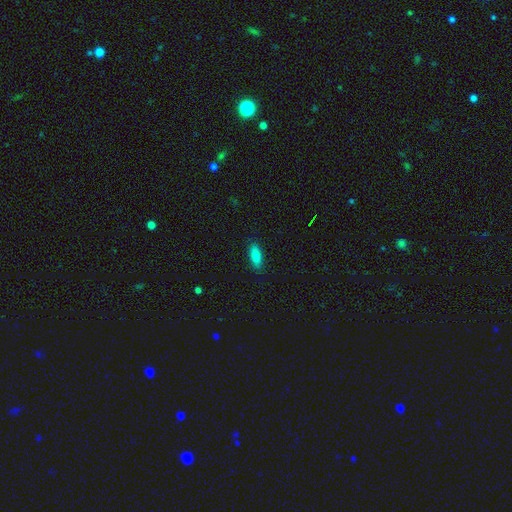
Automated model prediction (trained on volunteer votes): Smooth or featured: smooth — 85% (featured or disk — 8%)
How rounded: in between — 66% (cigar-shaped — 32%)
Merging: none — 88% (minor disturbance — 9%)